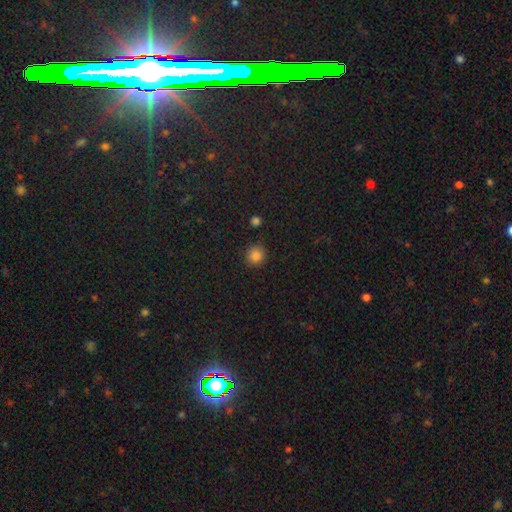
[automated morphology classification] Smooth or featured: smooth — 85% (star or artifact — 12%)
How rounded: round — 93% (in between — 7%)
Merging: none — 87% (minor disturbance — 8%)